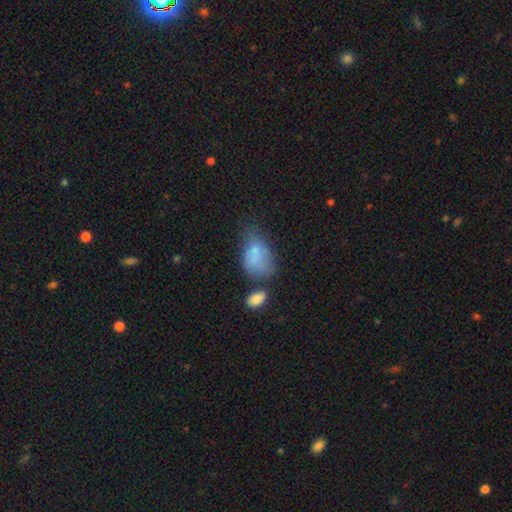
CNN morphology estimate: Smooth or featured? Predicted: smooth (p=0.73). How rounded? Predicted: in between (p=0.85). Merging? Predicted: minor disturbance (p=0.30).